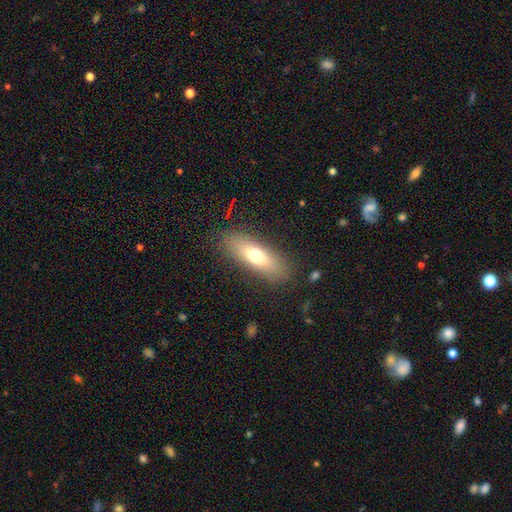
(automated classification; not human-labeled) Q: Smooth or featured?
A: smooth (65%); runner-up: featured or disk (27%)
Q: How rounded?
A: in between (55%); runner-up: cigar-shaped (42%)
Q: Merging?
A: none (85%); runner-up: minor disturbance (10%)